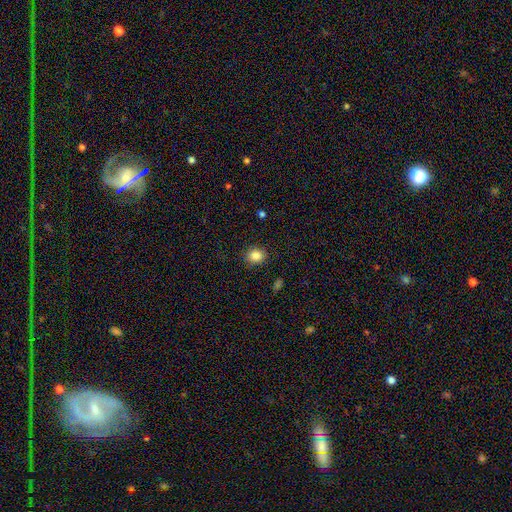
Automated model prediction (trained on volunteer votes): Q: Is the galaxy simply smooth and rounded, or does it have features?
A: smooth — 86%.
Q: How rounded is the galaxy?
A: round — 73%.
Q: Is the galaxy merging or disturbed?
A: none — 88%.